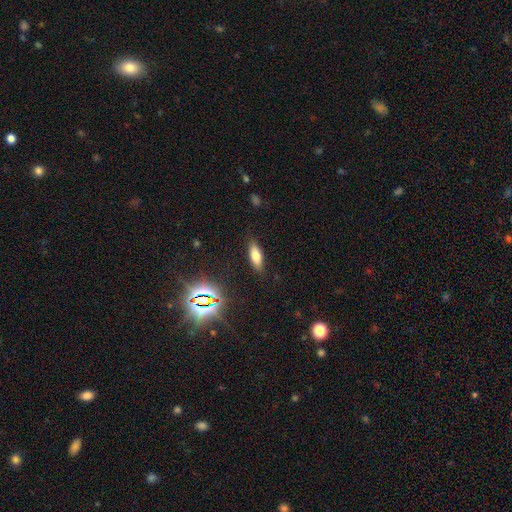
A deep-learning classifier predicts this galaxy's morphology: smooth 68%, featured or disk 19%, star or artifact 14%. Down the decision tree: how rounded — in between (65%); merging — none (86%).